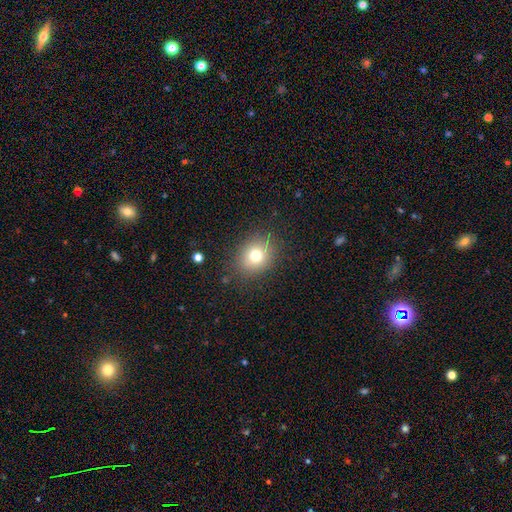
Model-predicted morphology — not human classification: Smooth or featured? smooth (74%)
How rounded? round (60%)
Merging? none (83%)